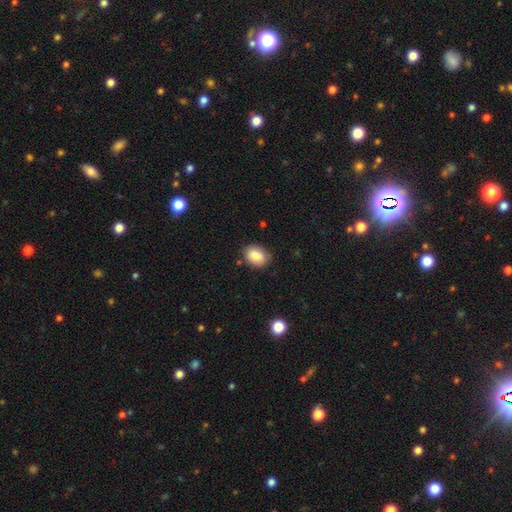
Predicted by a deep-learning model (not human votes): A smooth galaxy with no disk features (86%) that is in between round and cigar-shaped (70%). Merging: none (82%).